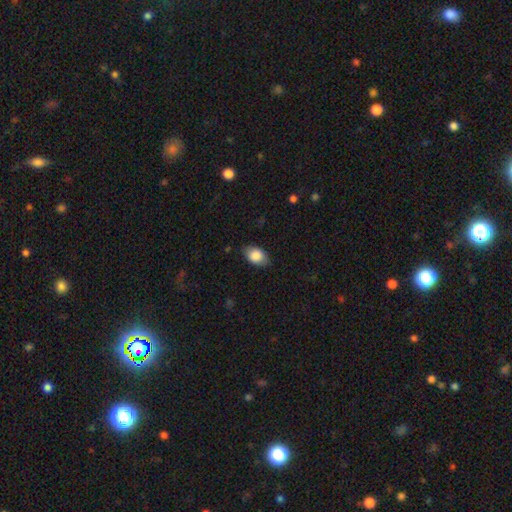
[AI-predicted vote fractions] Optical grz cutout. It shows a smooth galaxy with no disk features (85%) that is in between round and cigar-shaped (86%). Merging: none (80%).